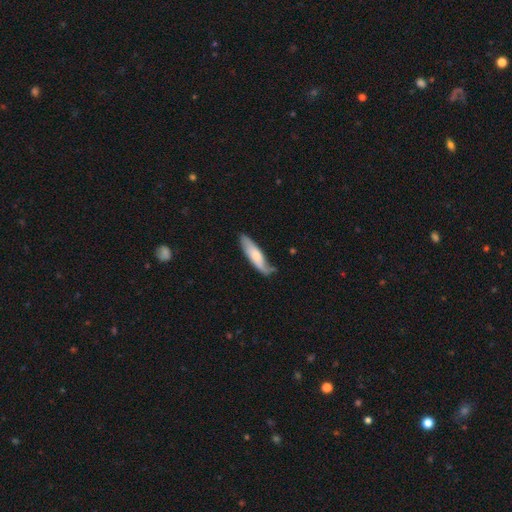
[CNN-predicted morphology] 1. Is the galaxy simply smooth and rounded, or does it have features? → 62% smooth, 33% featured or disk, 5% star or artifact.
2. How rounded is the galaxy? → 66% cigar-shaped, 33% in between, 2% round.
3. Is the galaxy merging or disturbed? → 59% none, 30% minor disturbance, 8% major disturbance, 4% merger.